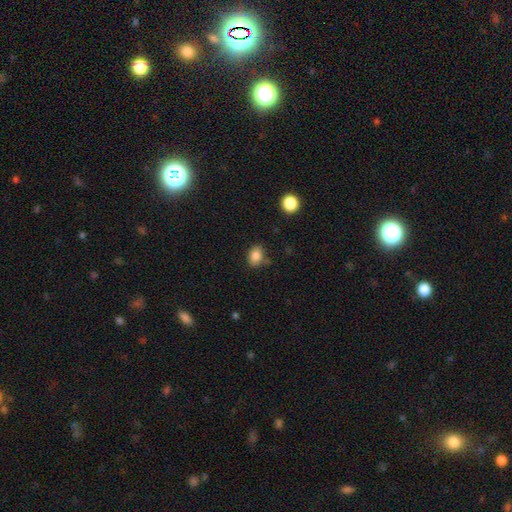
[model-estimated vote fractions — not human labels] smooth 84%, star or artifact 10%, featured or disk 6%. Down the decision tree: how rounded — in between (69%); merging — none (74%).